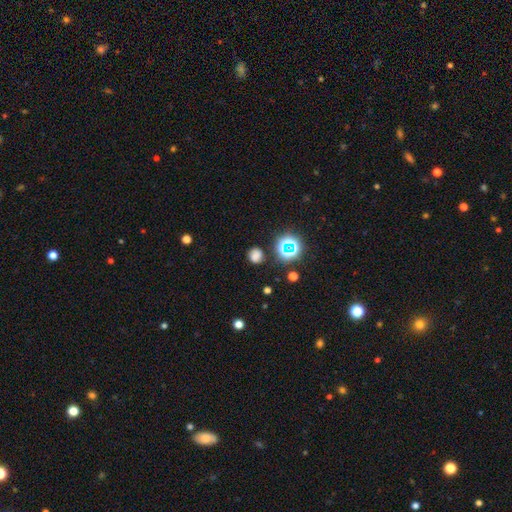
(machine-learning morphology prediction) Smooth or featured? Predicted: smooth (p=0.70). How rounded? Predicted: round (p=0.83). Merging? Predicted: none (p=0.82).